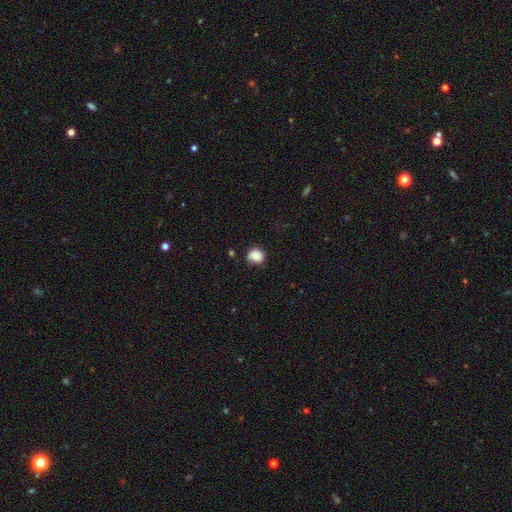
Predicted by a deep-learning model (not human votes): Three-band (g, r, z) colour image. It shows a smooth galaxy with no disk features (86%) that is round (74%). Merging: none (70%).